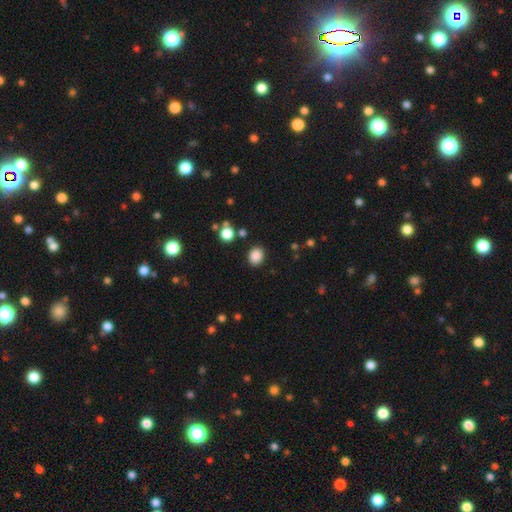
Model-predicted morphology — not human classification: smooth 86%, star or artifact 11%, featured or disk 3%. Down the decision tree: how rounded — round (60%); merging — none (87%).